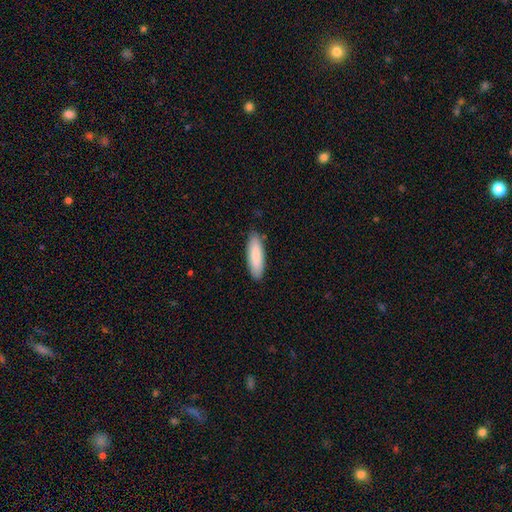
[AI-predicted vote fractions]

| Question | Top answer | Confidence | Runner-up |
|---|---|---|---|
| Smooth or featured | smooth | 86% | featured or disk (9%) |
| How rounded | cigar-shaped | 55% | in between (43%) |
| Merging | none | 87% | minor disturbance (10%) |